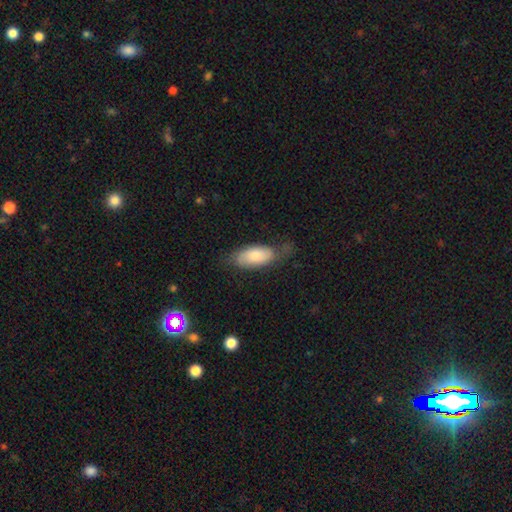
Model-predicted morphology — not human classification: Smooth or featured?
  - smooth: 74% *
  - featured or disk: 20%
  - star or artifact: 6%
How rounded?
  - in between: 87% *
  - cigar-shaped: 11%
  - round: 2%
Merging?
  - none: 54% *
  - minor disturbance: 31%
  - major disturbance: 13%
  - merger: 2%